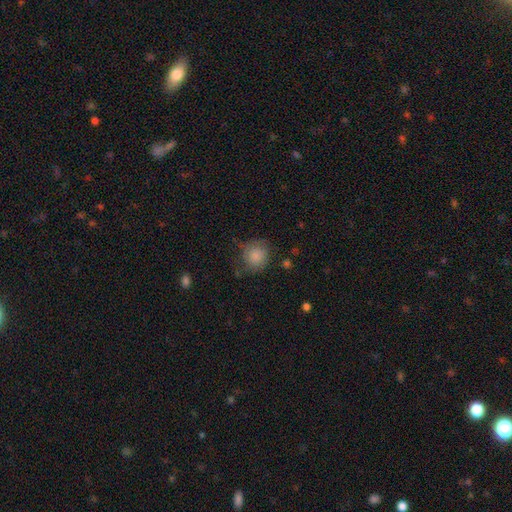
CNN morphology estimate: Smooth or featured? Predicted: smooth (p=0.81). How rounded? Predicted: round (p=0.89). Merging? Predicted: none (p=0.65).